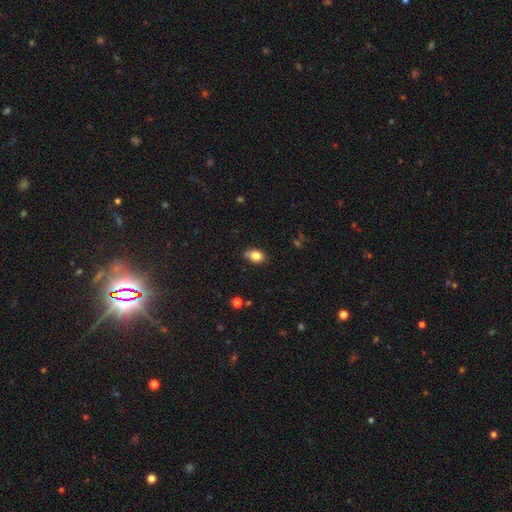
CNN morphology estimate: smooth 82%, star or artifact 10%, featured or disk 7%. Down the decision tree: how rounded — in between (69%); merging — none (66%).